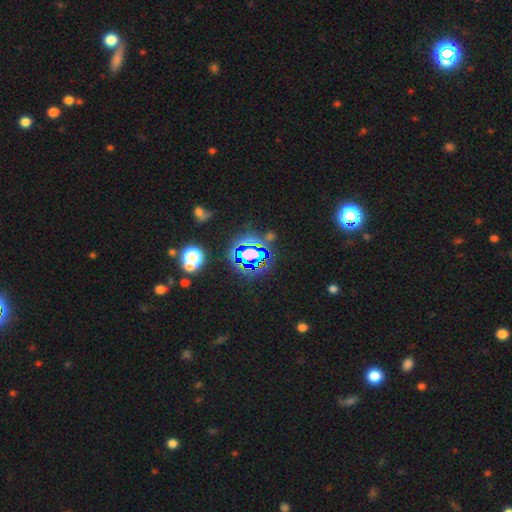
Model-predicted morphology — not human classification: Smooth or featured? Predicted: star or artifact (p=0.69).